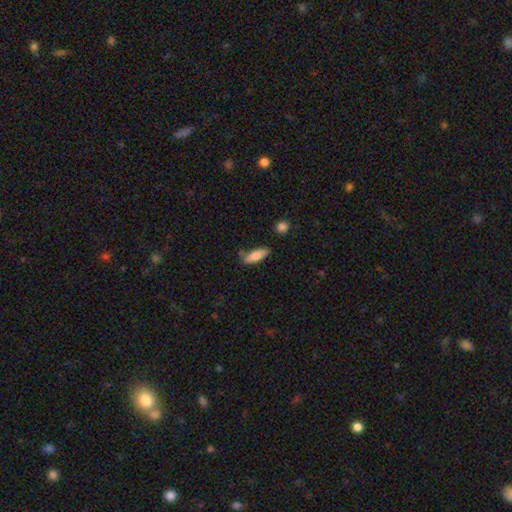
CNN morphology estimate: This is clearly a smooth galaxy (80%). How rounded: possibly in between (59%). Merging: likely none (68%).